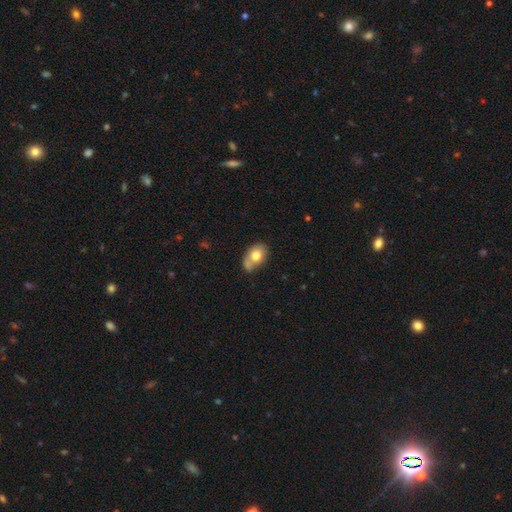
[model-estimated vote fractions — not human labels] smooth-or-featured: smooth: 76% | featured or disk: 16% | star or artifact: 8%
  how-rounded: in between: 77% | round: 22% | cigar-shaped: 1%
  merging: none: 42% | merger: 30% | minor disturbance: 21% | major disturbance: 7%